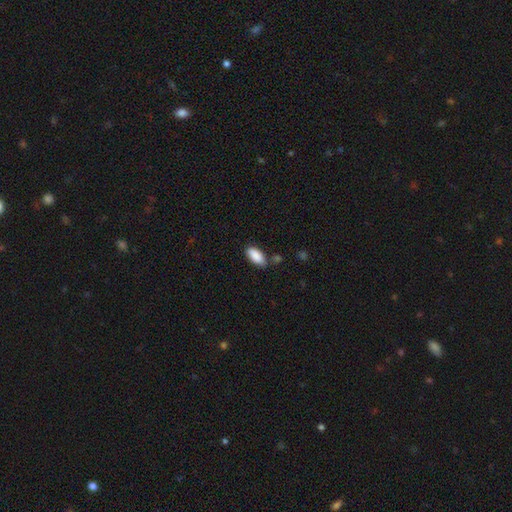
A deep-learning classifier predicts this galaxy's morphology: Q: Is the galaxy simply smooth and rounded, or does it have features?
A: smooth — 89%.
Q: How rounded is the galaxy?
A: in between — 90%.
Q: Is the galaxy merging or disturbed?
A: none — 76%.